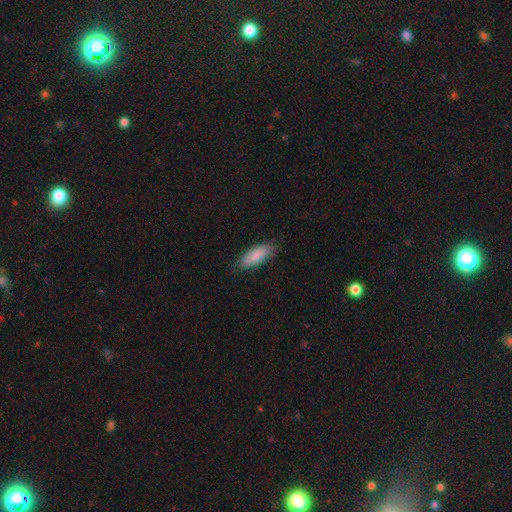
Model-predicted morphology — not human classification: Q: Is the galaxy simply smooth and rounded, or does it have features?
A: smooth — 86%.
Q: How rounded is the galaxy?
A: in between — 69%.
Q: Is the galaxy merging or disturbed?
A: none — 80%.